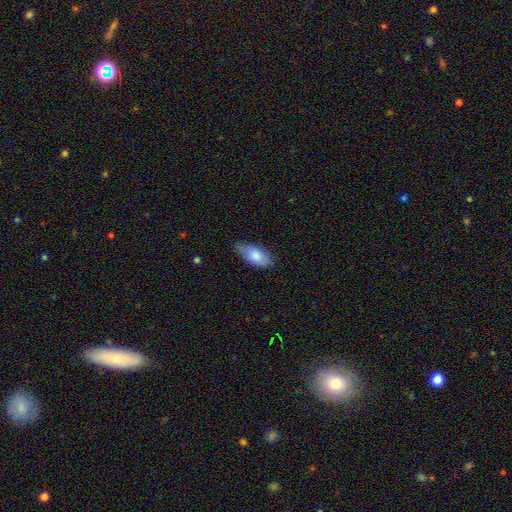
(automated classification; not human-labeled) This is likely a smooth galaxy (79%). How rounded: clearly in between (87%). Merging: likely none (75%).